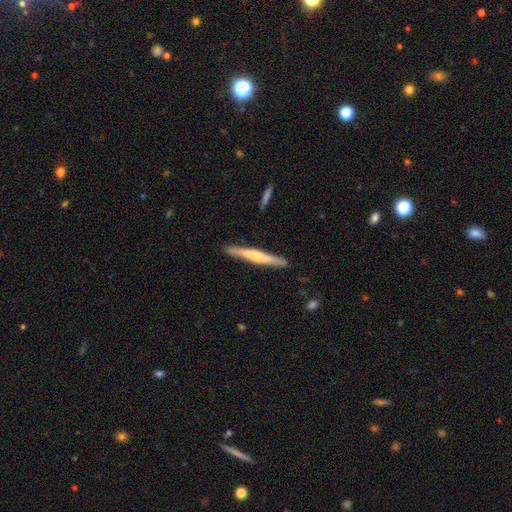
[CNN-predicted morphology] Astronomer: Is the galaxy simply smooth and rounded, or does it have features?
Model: featured or disk — 56% (runner-up: smooth, 38%).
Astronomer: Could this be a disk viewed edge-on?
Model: yes — 97%.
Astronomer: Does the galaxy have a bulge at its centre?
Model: rounded — 54%.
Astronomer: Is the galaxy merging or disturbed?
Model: none — 89%.